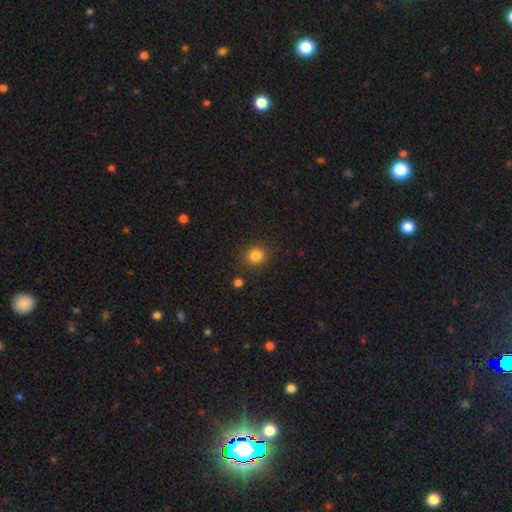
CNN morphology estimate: Smooth or featured?
  - smooth: 83% *
  - star or artifact: 12%
  - featured or disk: 5%
How rounded?
  - round: 82% *
  - in between: 17%
  - cigar-shaped: 1%
Merging?
  - none: 84% *
  - minor disturbance: 9%
  - merger: 3%
  - major disturbance: 3%